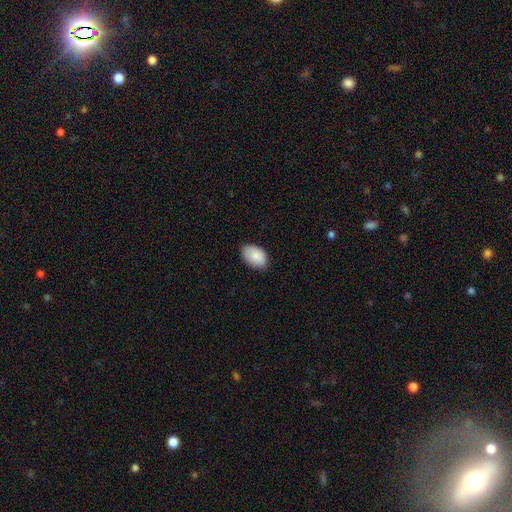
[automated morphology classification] A smooth galaxy with no disk features (89%) that is in between round and cigar-shaped (92%). Merging: none (85%).